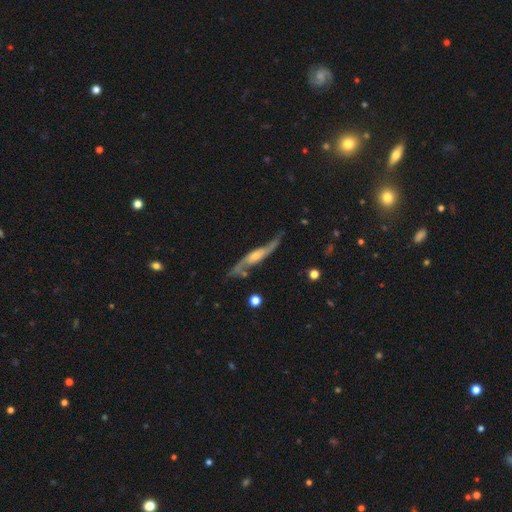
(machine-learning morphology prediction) featured or disk 77%, smooth 18%, star or artifact 6%. Down the decision tree: edge-on disk — no (55%); merging — none (62%).